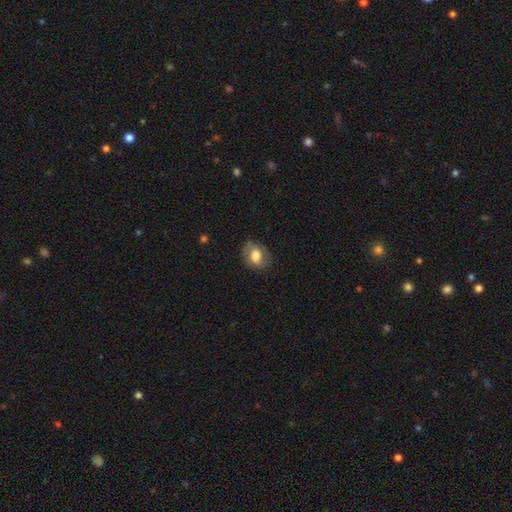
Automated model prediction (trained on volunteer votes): A smooth galaxy with no disk features (70%) that is in between round and cigar-shaped (65%). Merging: none (76%).